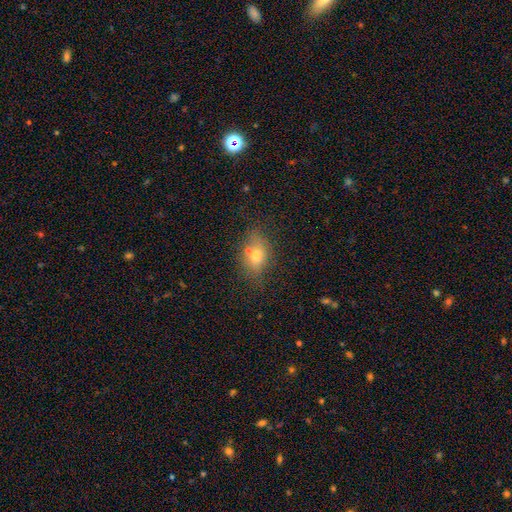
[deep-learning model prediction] A smooth galaxy with no disk features (69%) that is in between round and cigar-shaped (75%). Merging: none (60%).